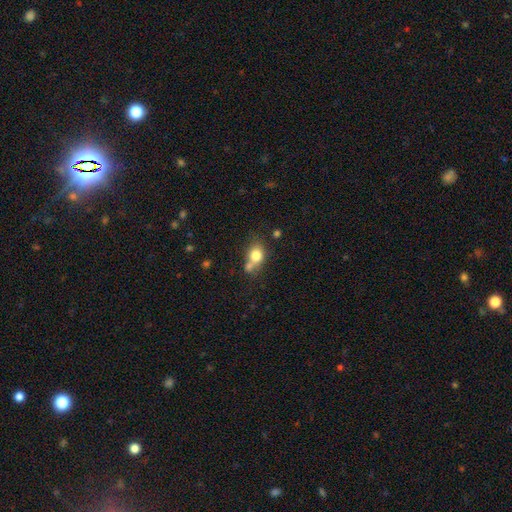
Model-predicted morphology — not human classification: type=smooth (76%); roundness=round (50%); merging=none (39%).